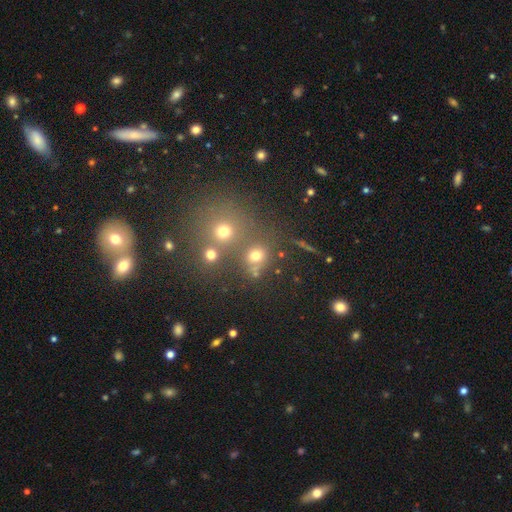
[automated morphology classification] The model was most divided on "merging": none: 61%, merger: 24%, minor disturbance: 9%, major disturbance: 5%. More confident: how rounded — round (80%); smooth or featured — smooth (69%).